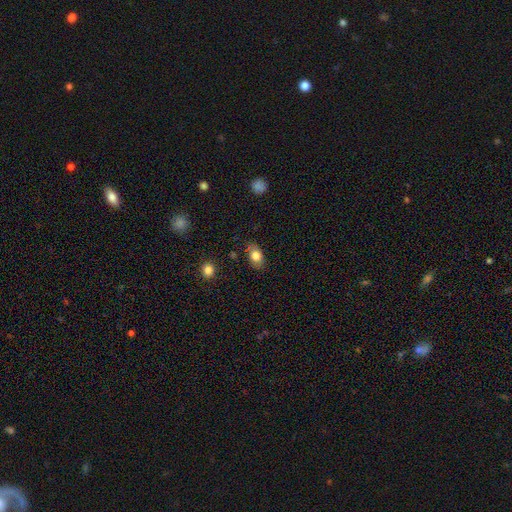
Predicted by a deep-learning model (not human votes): A smooth galaxy with no disk features (79%) that is in between round and cigar-shaped (84%).

Vote fractions:
- Smooth or featured? smooth: 79% / featured or disk: 13% / star or artifact: 8%
- How rounded? in between: 84% / round: 14% / cigar-shaped: 2%
- Merging? none: 82% / minor disturbance: 14% / major disturbance: 3% / merger: 1%